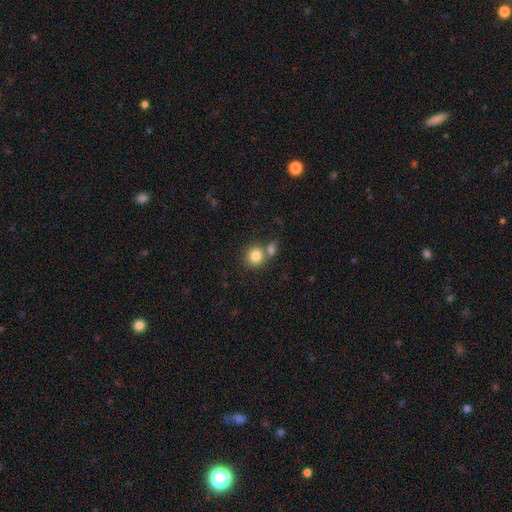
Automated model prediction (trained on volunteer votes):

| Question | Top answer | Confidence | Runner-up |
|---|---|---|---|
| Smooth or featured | smooth | 82% | star or artifact (10%) |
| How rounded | round | 86% | in between (13%) |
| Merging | none | 54% | merger (33%) |